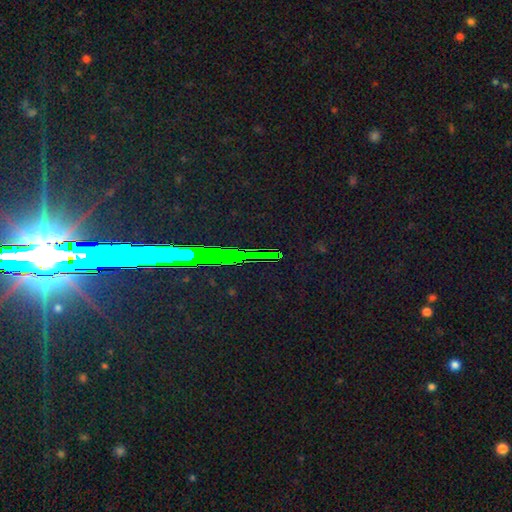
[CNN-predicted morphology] A star or artifact, not a galaxy (75%).